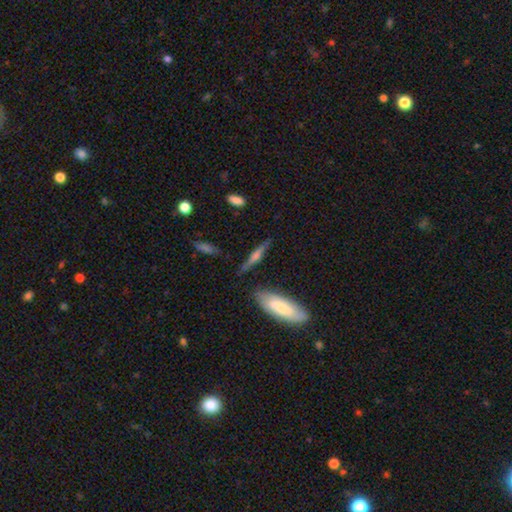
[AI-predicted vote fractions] A featured or disk galaxy (52%) viewed edge-on (93%). Merging: none (80%).